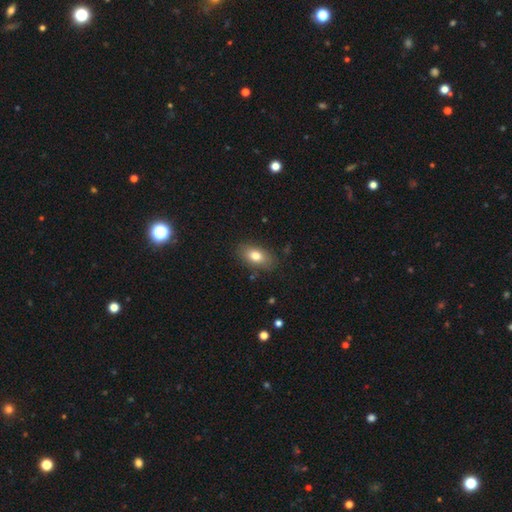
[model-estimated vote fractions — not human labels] Q: Smooth or featured?
A: smooth (79%); runner-up: featured or disk (13%)
Q: How rounded?
A: in between (89%); runner-up: round (8%)
Q: Merging?
A: none (84%); runner-up: minor disturbance (11%)